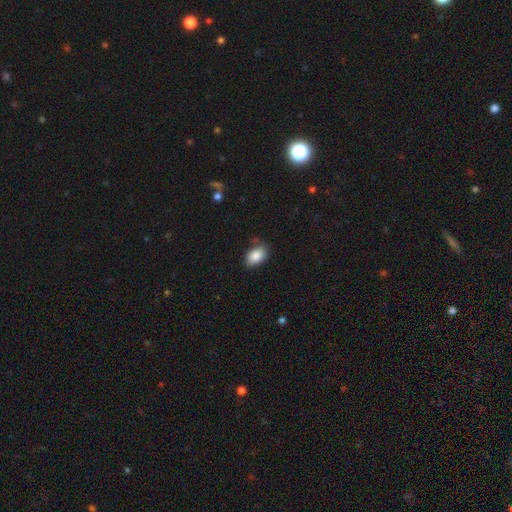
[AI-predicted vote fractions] Smooth or featured? Predicted: smooth (p=0.86). How rounded? Predicted: in between (p=0.89). Merging? Predicted: none (p=0.77).